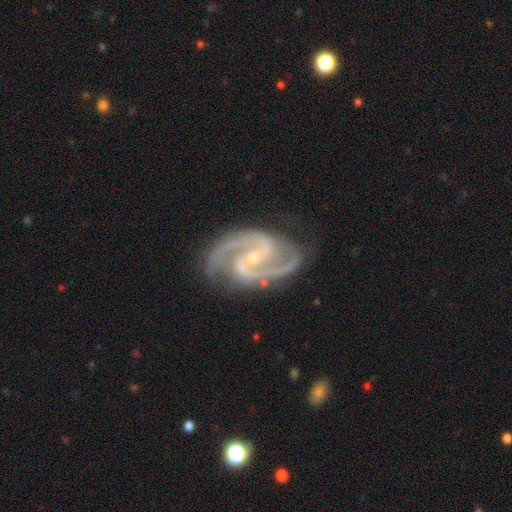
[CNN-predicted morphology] The model was most divided on "bar": weak: 40%, no: 35%, strong: 25%. More confident: spiral arms — yes (99%); edge-on disk — no (98%); smooth or featured — featured or disk (93%); spiral arm count — 2 (83%); merging — none (78%); bulge size — small (71%); spiral winding — medium (62%).